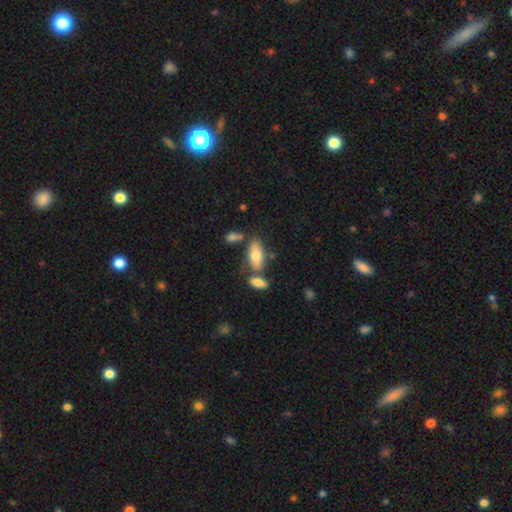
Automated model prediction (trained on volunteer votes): Q: Smooth or featured?
A: smooth (71%); runner-up: featured or disk (21%)
Q: How rounded?
A: in between (82%); runner-up: cigar-shaped (16%)
Q: Merging?
A: none (55%); runner-up: merger (23%)